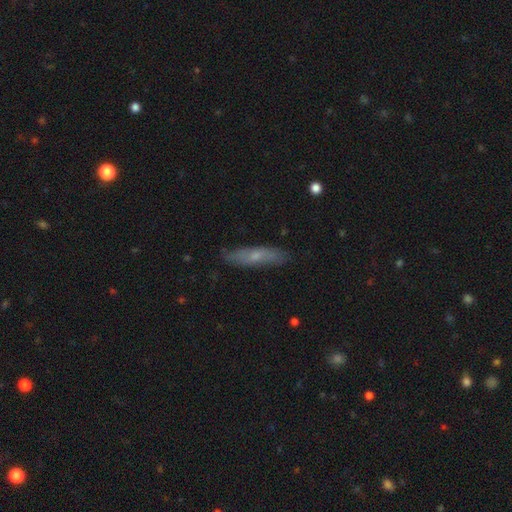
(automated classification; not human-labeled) Smooth or featured? smooth (49%)
Merging? none (82%)